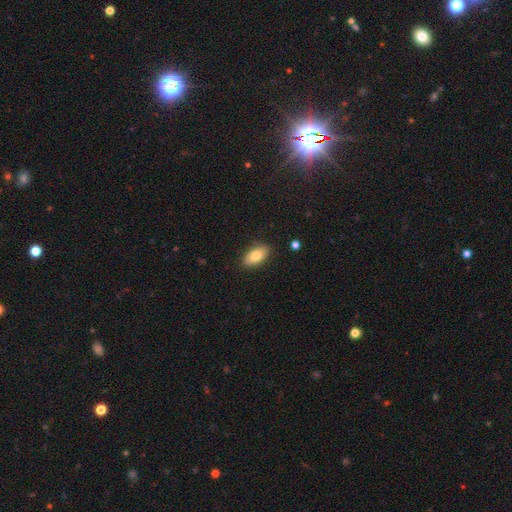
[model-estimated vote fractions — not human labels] This is likely a smooth galaxy (80%). How rounded: clearly in between (92%). Merging: clearly none (86%).